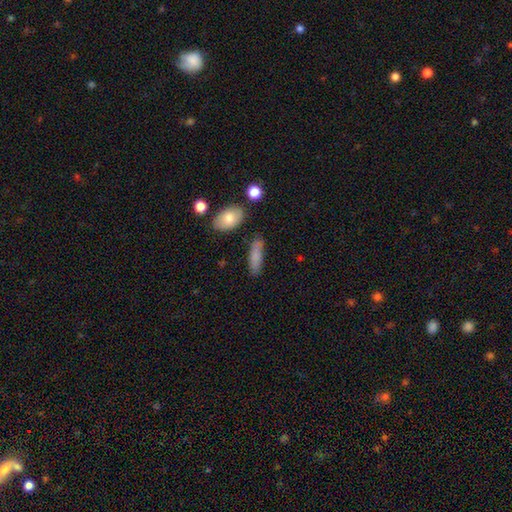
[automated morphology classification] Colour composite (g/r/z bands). It shows a smooth galaxy with no disk features (80%) that is in between round and cigar-shaped (49%). Merging: none (77%).